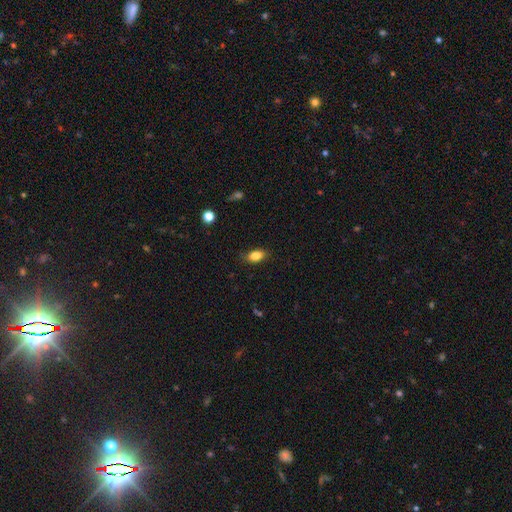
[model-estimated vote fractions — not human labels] Smooth or featured: smooth — 84% (star or artifact — 9%)
How rounded: in between — 86% (round — 9%)
Merging: none — 82% (minor disturbance — 14%)